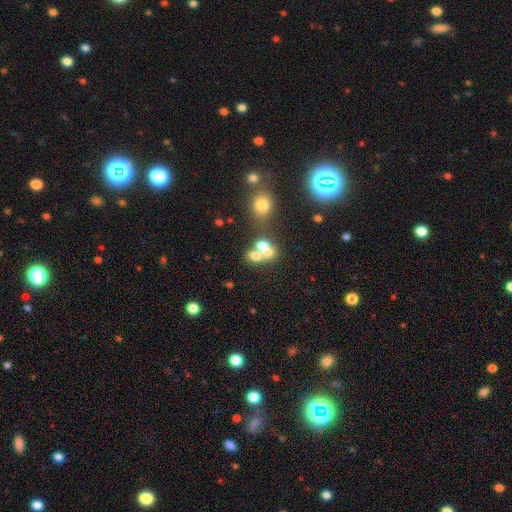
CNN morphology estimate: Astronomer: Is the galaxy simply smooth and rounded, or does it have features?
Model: smooth — 61%.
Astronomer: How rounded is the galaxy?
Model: round — 52% (runner-up: in between, 46%).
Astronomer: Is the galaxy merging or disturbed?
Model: merger — 63%.